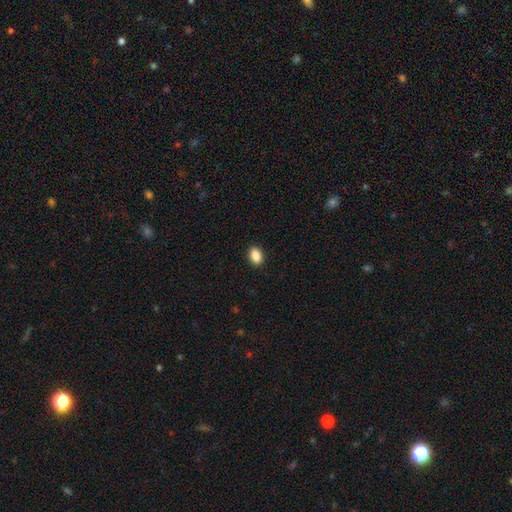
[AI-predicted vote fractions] A smooth galaxy with no disk features (88%) that is in between round and cigar-shaped (83%). Merging: none (91%).